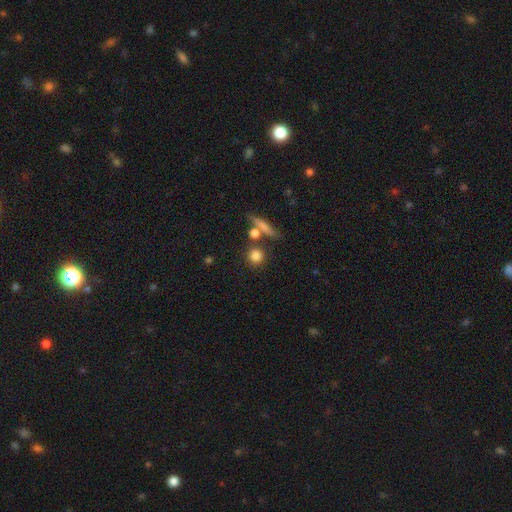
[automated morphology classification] Overall: smooth (81%). How rounded: round (87%). Merging: none (74%).